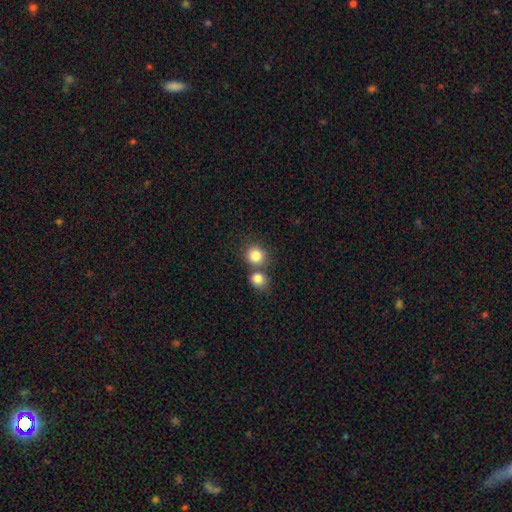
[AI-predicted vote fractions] Q: Smooth or featured?
A: smooth (84%); runner-up: star or artifact (10%)
Q: How rounded?
A: round (86%); runner-up: in between (13%)
Q: Merging?
A: none (58%); runner-up: merger (32%)